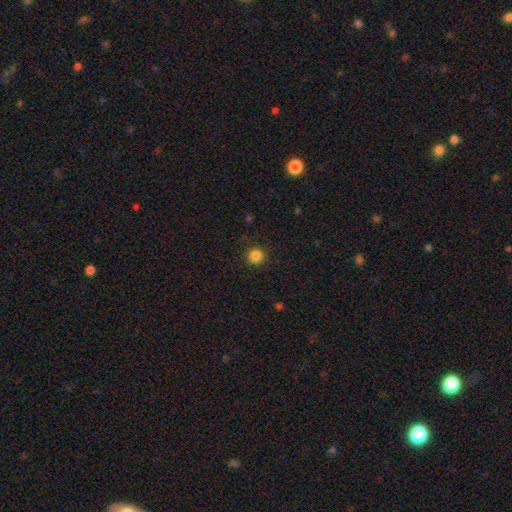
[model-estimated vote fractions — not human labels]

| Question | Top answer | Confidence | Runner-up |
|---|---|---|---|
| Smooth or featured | smooth | 85% | star or artifact (11%) |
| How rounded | round | 95% | in between (4%) |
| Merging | none | 91% | minor disturbance (6%) |